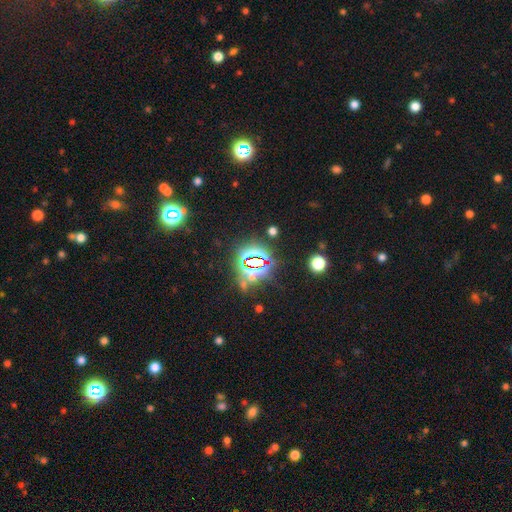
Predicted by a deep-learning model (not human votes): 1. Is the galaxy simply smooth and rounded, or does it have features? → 82% star or artifact, 12% smooth, 7% featured or disk.